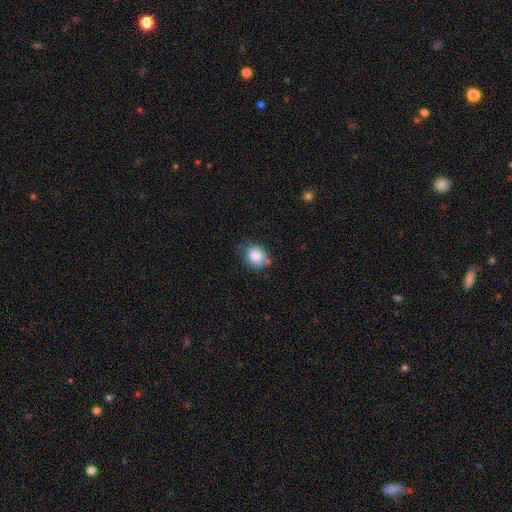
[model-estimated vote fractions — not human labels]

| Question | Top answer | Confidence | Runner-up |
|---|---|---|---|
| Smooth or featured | smooth | 84% | star or artifact (8%) |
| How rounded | round | 71% | in between (28%) |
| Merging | none | 63% | minor disturbance (27%) |